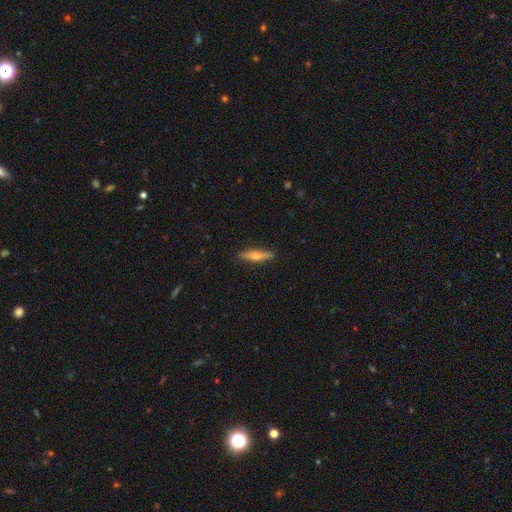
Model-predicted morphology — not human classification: Overall: smooth (49%; featured or disk 45%). Merging: none (89%).